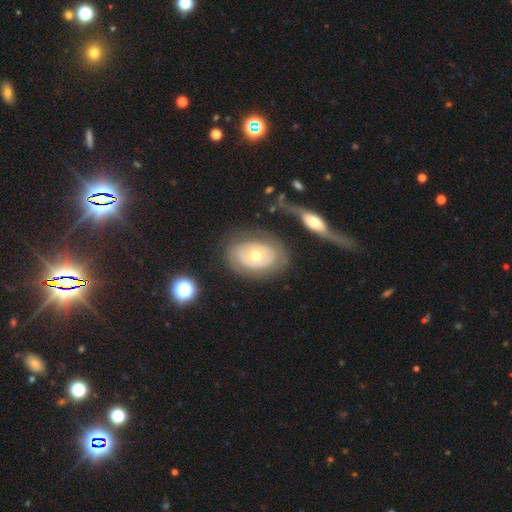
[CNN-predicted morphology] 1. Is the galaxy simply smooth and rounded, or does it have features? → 65% featured or disk, 30% smooth, 6% star or artifact.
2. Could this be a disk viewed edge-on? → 94% no, 6% yes.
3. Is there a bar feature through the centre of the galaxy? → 88% no, 9% weak, 3% strong.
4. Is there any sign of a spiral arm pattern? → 55% no, 45% yes.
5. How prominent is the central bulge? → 68% moderate, 24% small, 5% large, 1% dominant, 1% none.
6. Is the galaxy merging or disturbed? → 65% none, 17% minor disturbance, 11% major disturbance, 8% merger.